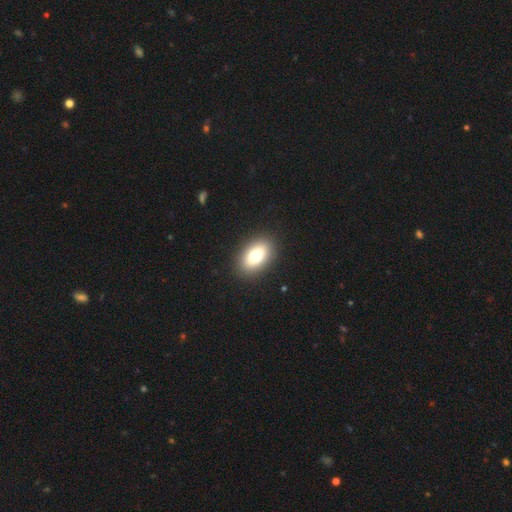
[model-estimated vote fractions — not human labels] smooth_or_featured: smooth (p=0.77) [alt: featured or disk p=0.15]
how_rounded: in between (p=0.89) [alt: round p=0.09]
merging: none (p=0.90) [alt: minor disturbance p=0.07]